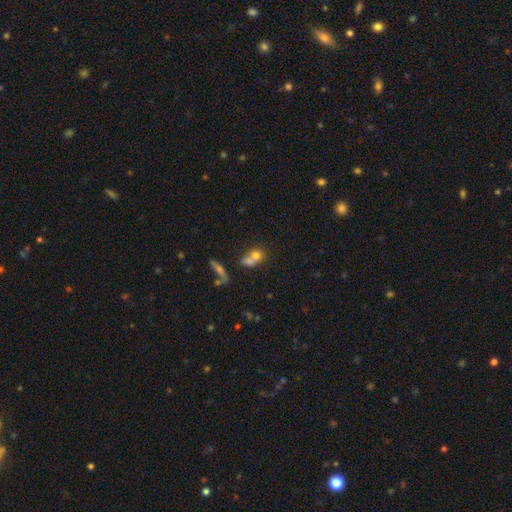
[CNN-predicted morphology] Overall: smooth (68%). How rounded: round (64%; in between 32%). Merging: merger (60%; none 27%).